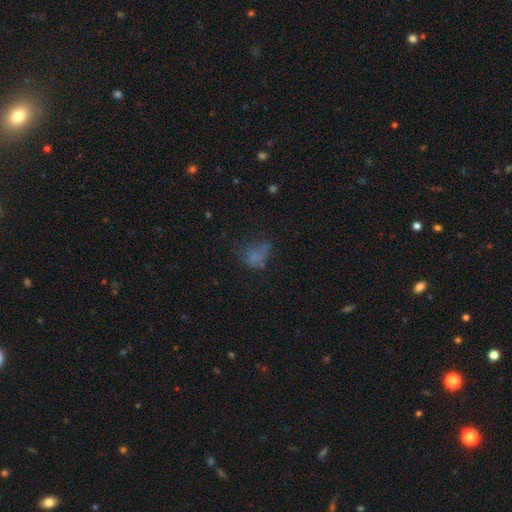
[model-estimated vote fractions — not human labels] The model was most divided on "merging": none: 38%, major disturbance: 30%, minor disturbance: 24%, merger: 8%. More confident: how rounded — in between (62%); smooth or featured — smooth (59%).